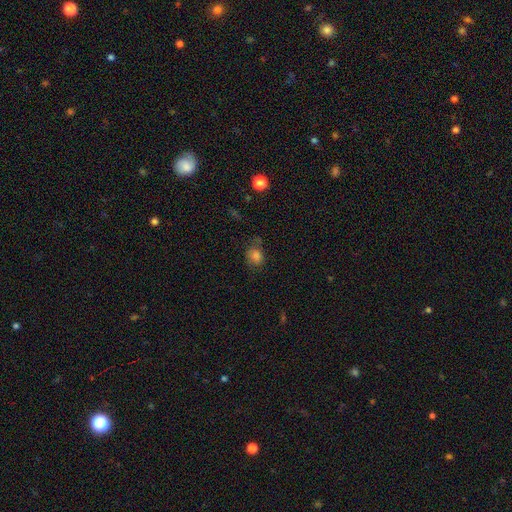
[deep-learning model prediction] A smooth galaxy with no disk features (77%) that is round (53%). Merging: none (58%).